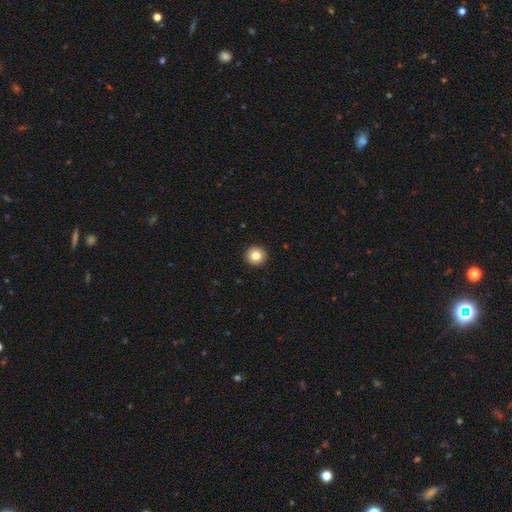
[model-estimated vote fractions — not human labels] This is clearly a smooth galaxy (82%). How rounded: clearly round (95%). Merging: clearly none (94%).